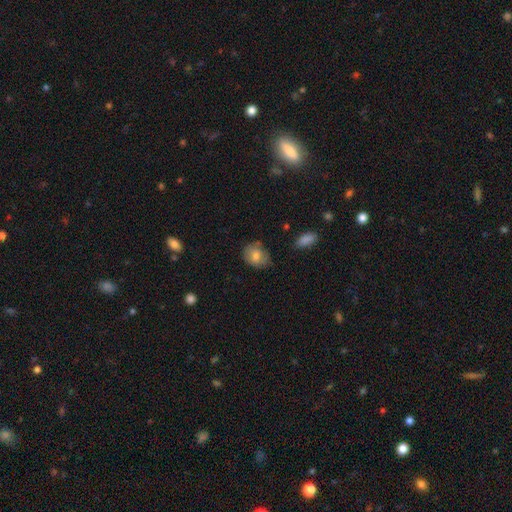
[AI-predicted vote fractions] Smooth or featured? Predicted: smooth (p=0.74). How rounded? Predicted: round (p=0.51). Merging? Predicted: none (p=0.64).